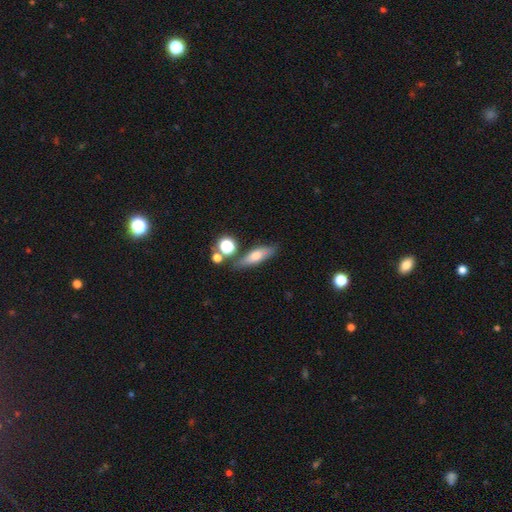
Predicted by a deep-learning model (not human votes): This is likely a smooth galaxy (60%). How rounded: possibly in between (48%). Merging: likely none (70%).